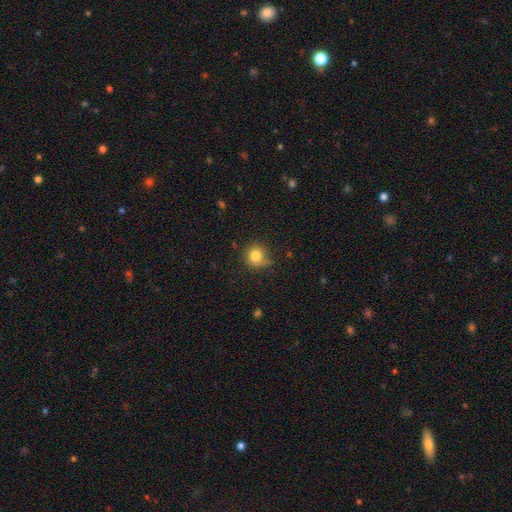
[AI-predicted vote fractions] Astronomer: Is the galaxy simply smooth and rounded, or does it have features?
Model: smooth — 81%.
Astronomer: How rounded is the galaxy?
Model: round — 88%.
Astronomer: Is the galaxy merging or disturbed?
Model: none — 66%.